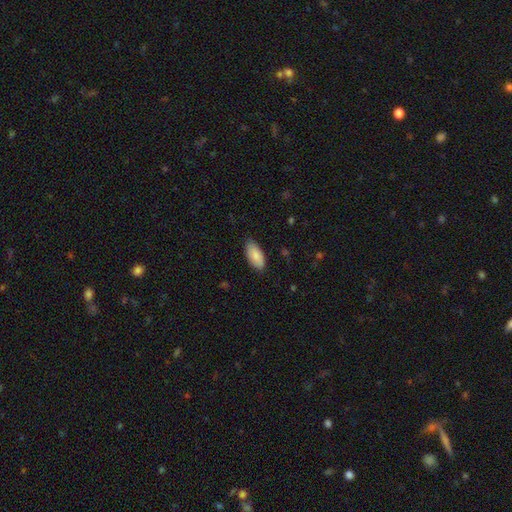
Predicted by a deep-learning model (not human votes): Smooth or featured?
  - smooth: 86% *
  - featured or disk: 8%
  - star or artifact: 6%
How rounded?
  - in between: 92% *
  - cigar-shaped: 6%
  - round: 2%
Merging?
  - none: 83% *
  - minor disturbance: 14%
  - major disturbance: 2%
  - merger: 1%